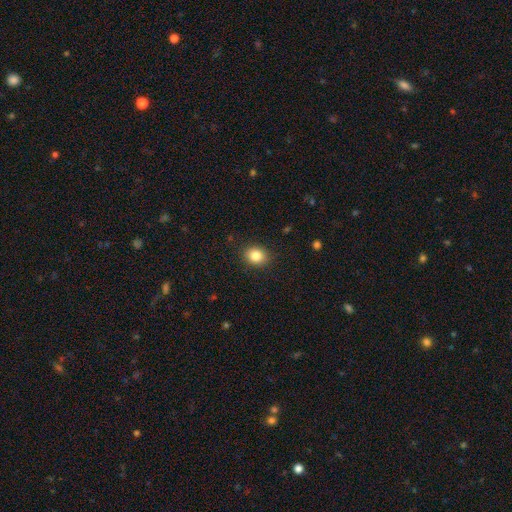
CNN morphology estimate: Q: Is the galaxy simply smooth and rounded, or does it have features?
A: smooth — 84%.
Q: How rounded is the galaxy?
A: round — 54%.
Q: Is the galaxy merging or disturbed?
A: none — 89%.